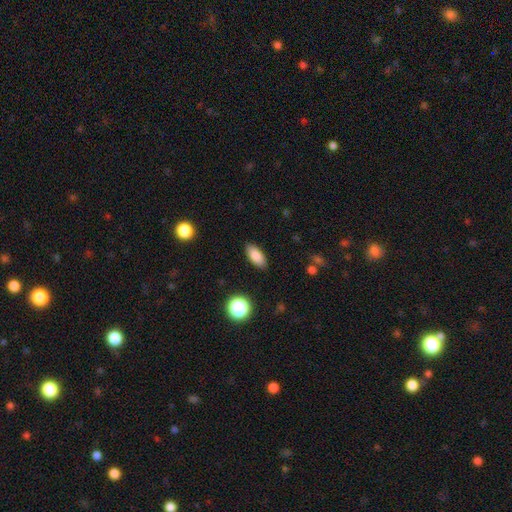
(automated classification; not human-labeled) Morphology: type=smooth (84%); roundness=in between (85%); merging=none (88%).